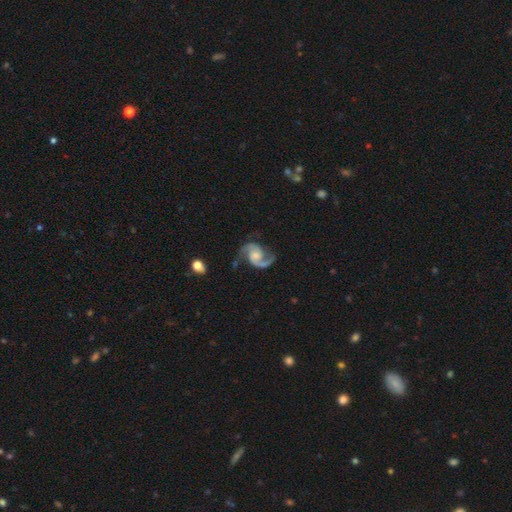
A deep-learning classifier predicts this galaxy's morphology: A featured or disk galaxy (93%) with no bar (59%), 2 (94%) medium (60%) spiral arms (98%) and a moderate central bulge (42%).

Vote fractions:
- Smooth or featured? featured or disk: 93% / star or artifact: 4% / smooth: 3%
- Edge-on disk? no: 98% / yes: 2%
- Bar? no: 59% / weak: 33% / strong: 8%
- Spiral arms? yes: 98% / no: 2%
- Spiral winding? medium: 60% / loose: 26% / tight: 14%
- Spiral arm count? 2: 94% / 1: 2% / can't tell: 1% / 3: 1% / 4: 1% / more than 4: 1%
- Bulge size? moderate: 42% / small: 35% / none: 14% / large: 7% / dominant: 2%
- Merging? none: 75% / minor disturbance: 16% / major disturbance: 7% / merger: 3%